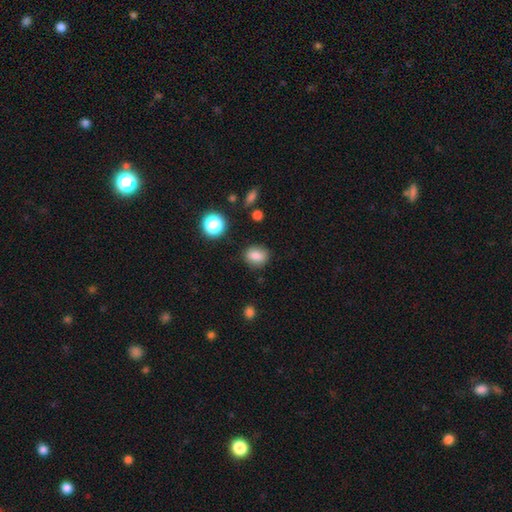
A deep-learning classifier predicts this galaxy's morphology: smooth-or-featured: smooth: 82% | star or artifact: 11% | featured or disk: 7%
  how-rounded: round: 51% | in between: 48% | cigar-shaped: 1%
  merging: none: 82% | minor disturbance: 12% | major disturbance: 3% | merger: 2%